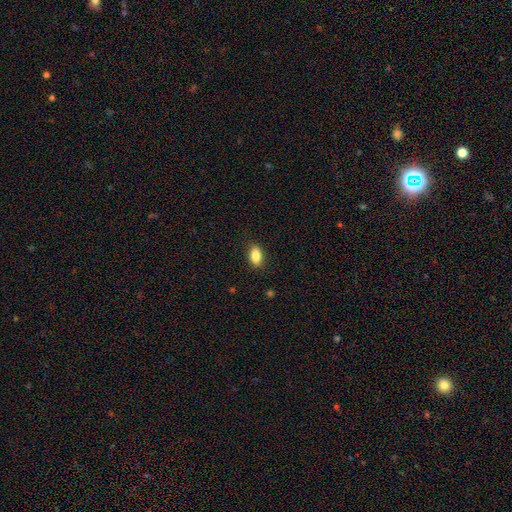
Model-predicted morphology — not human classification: A smooth galaxy with no disk features (86%) that is in between round and cigar-shaped (88%).

Vote fractions:
- Smooth or featured? smooth: 86% / star or artifact: 8% / featured or disk: 6%
- How rounded? in between: 88% / round: 8% / cigar-shaped: 4%
- Merging? none: 87% / minor disturbance: 10% / major disturbance: 2% / merger: 1%